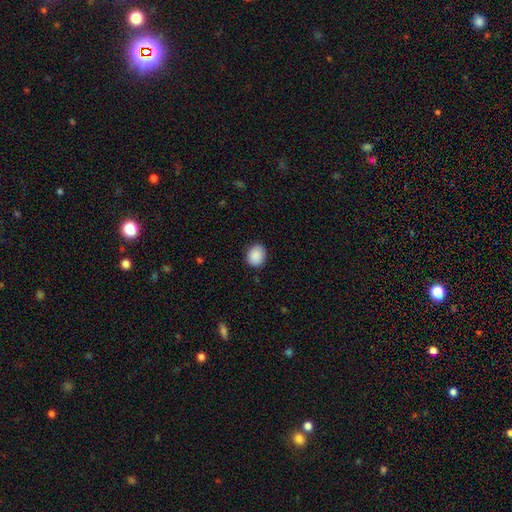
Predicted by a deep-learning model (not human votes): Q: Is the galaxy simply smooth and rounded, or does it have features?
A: smooth — 90%.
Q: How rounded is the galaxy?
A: round — 58%.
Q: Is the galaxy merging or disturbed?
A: none — 87%.